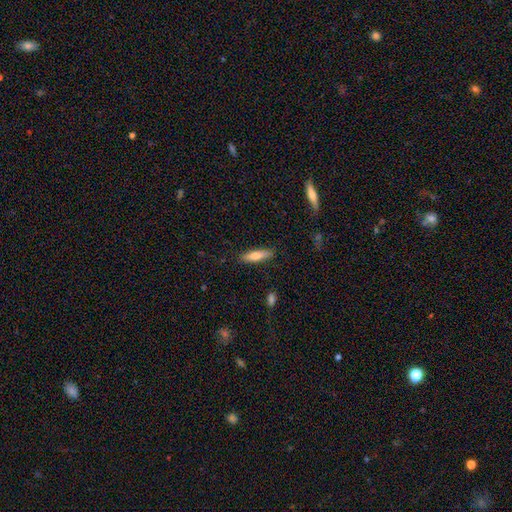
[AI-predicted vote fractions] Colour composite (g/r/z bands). It shows a smooth galaxy with no disk features (69%) that is cigar-shaped (75%). Merging: none (87%).